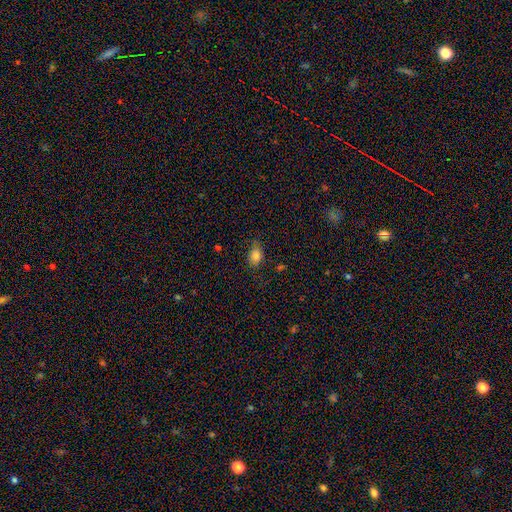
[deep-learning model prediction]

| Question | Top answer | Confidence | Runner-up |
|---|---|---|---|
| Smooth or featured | smooth | 83% | star or artifact (12%) |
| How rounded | in between | 67% | round (32%) |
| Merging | none | 69% | minor disturbance (23%) |